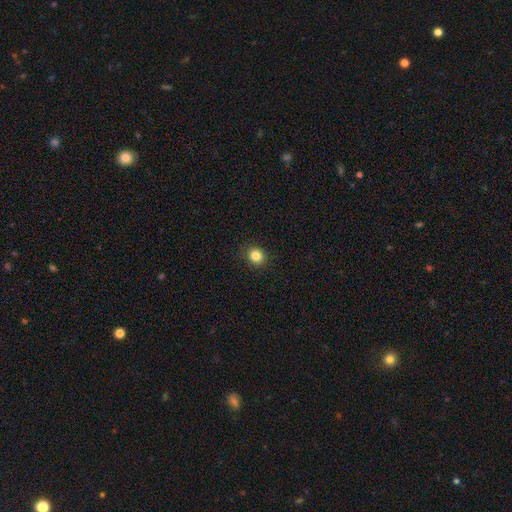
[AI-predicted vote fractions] Q: Smooth or featured?
A: smooth (84%); runner-up: star or artifact (11%)
Q: How rounded?
A: round (82%); runner-up: in between (17%)
Q: Merging?
A: none (89%); runner-up: minor disturbance (8%)